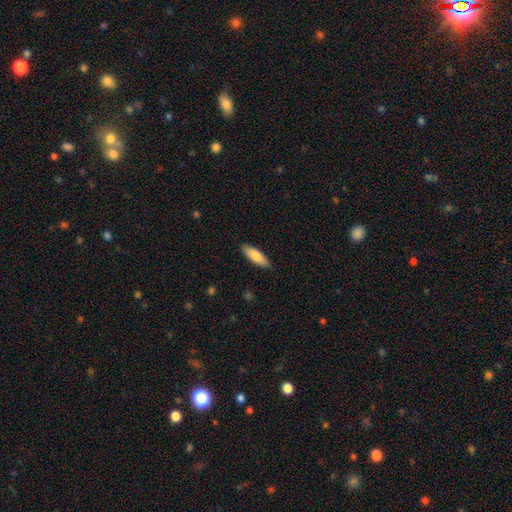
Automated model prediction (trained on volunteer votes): Smooth or featured? smooth (80%)
How rounded? in between (53%)
Merging? none (89%)